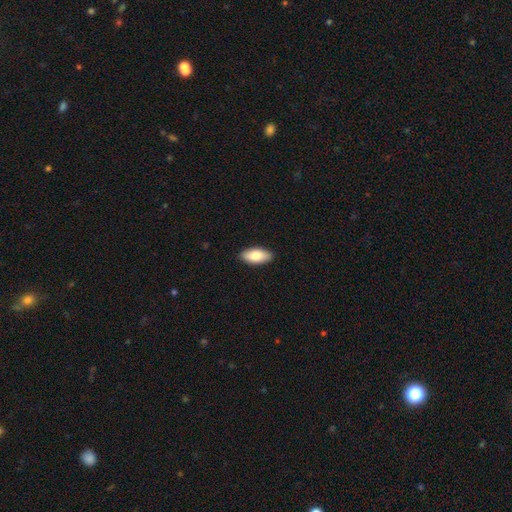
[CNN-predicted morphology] This appears to be a smooth galaxy with no disk features (82%) that is in between round and cigar-shaped (90%). Merging: none (90%).